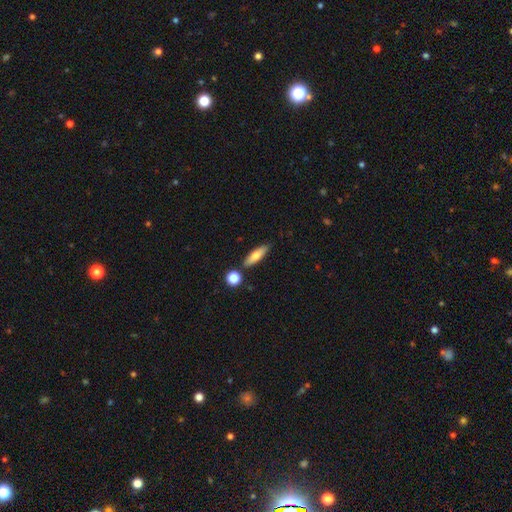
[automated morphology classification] The model was most divided on "how rounded": cigar-shaped: 58%, in between: 39%, round: 3%. More confident: merging — none (80%); smooth or featured — smooth (72%).